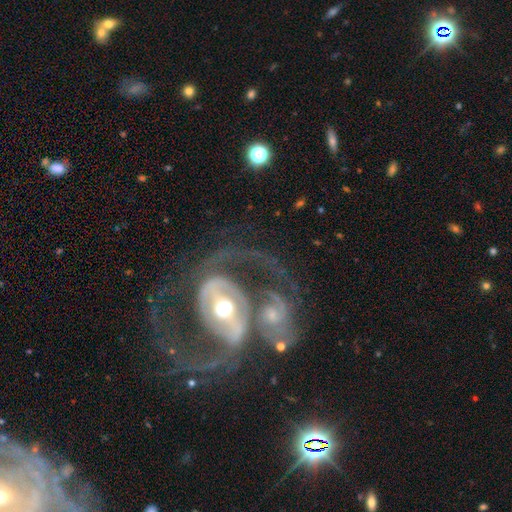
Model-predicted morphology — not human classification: This appears to be a featured or disk galaxy (88%) with a strong bar (37%), 2 (89%) medium (56%) spiral arms (92%) and a moderate central bulge (59%). Merging: none (53%).